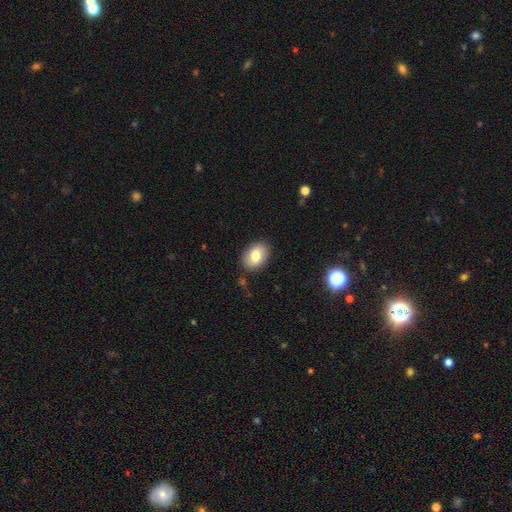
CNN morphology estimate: The model was most divided on "how rounded": in between: 78%, round: 21%, cigar-shaped: 1%. More confident: merging — none (86%); smooth or featured — smooth (79%).